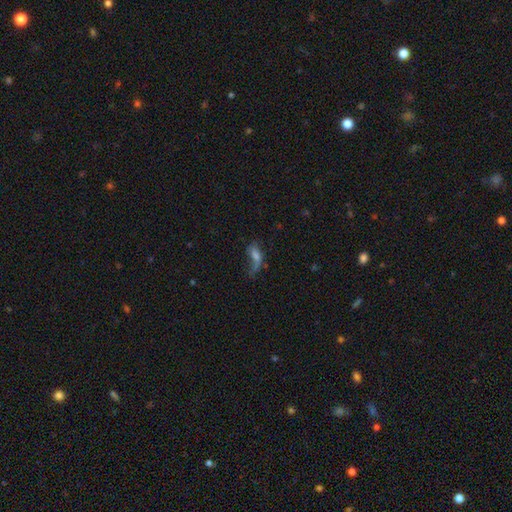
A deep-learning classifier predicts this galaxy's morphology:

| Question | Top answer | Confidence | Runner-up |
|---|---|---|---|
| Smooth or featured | smooth | 52% | featured or disk (36%) |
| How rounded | in between | 76% | cigar-shaped (19%) |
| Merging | major disturbance | 45% | none (26%) |